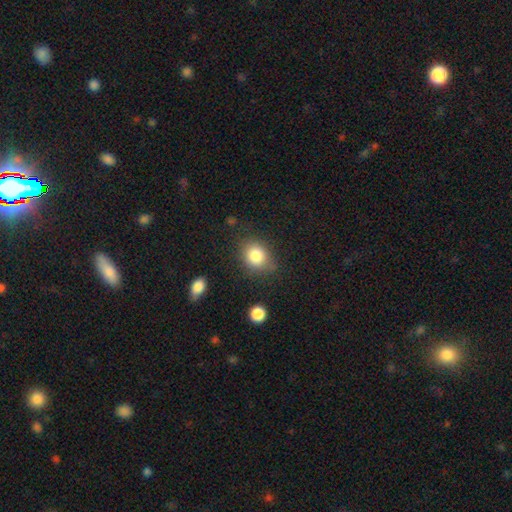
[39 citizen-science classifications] smooth 82%, star or artifact 10%, featured or disk 8%. Down the decision tree: how rounded — round (59%); merging — none (74%).